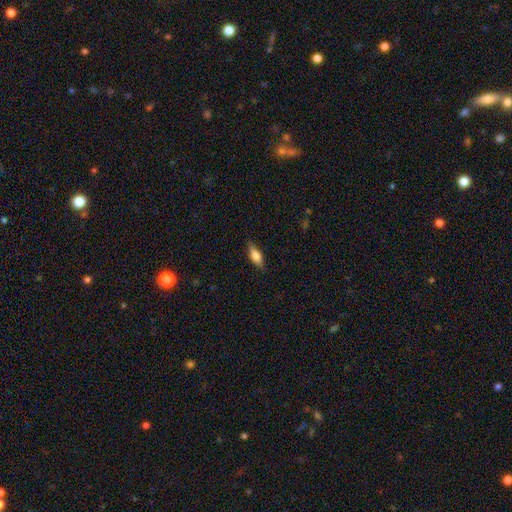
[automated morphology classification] smooth-or-featured: smooth: 71% | featured or disk: 22% | star or artifact: 7%
  how-rounded: in between: 66% | cigar-shaped: 31% | round: 3%
  merging: none: 83% | minor disturbance: 13% | major disturbance: 3% | merger: 1%